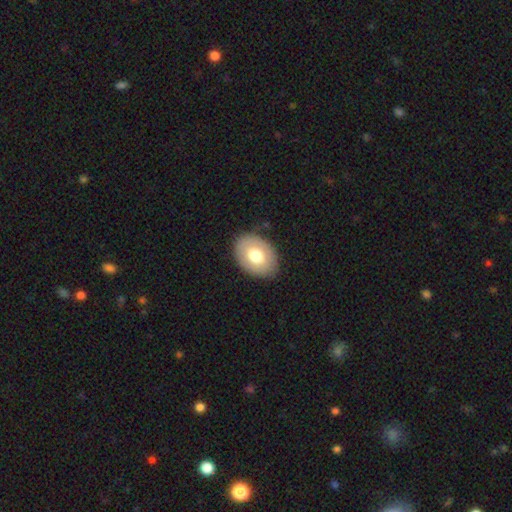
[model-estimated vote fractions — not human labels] Smooth or featured? smooth (67%)
How rounded? in between (78%)
Merging? none (86%)